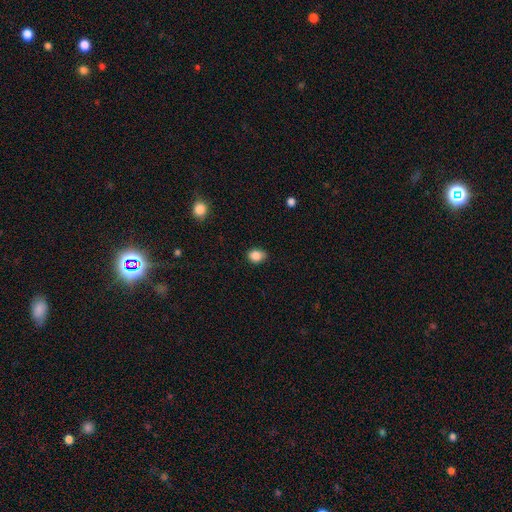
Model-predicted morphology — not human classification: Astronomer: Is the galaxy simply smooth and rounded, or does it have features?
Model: smooth — 85%.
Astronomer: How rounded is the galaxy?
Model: round — 51% (runner-up: in between, 48%).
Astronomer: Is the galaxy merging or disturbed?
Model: none — 73%.